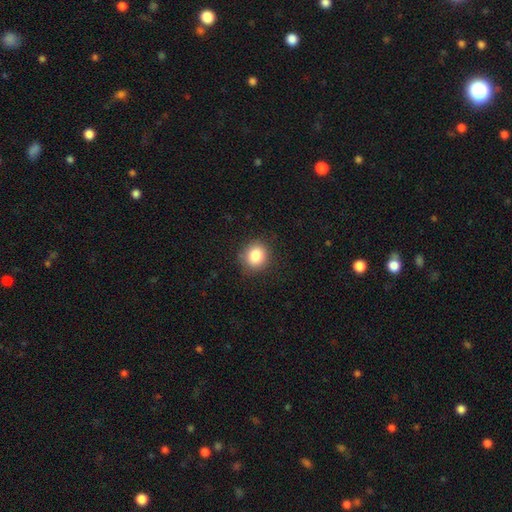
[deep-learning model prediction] A smooth galaxy with no disk features (84%) that is round (79%).

Vote fractions:
- Smooth or featured? smooth: 84% / star or artifact: 10% / featured or disk: 6%
- How rounded? round: 79% / in between: 20% / cigar-shaped: 1%
- Merging? none: 87% / minor disturbance: 9% / major disturbance: 2% / merger: 1%